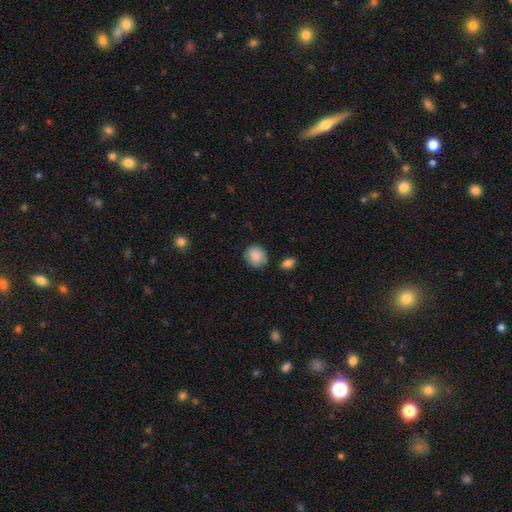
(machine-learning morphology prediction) A smooth galaxy with no disk features (88%) that is round (78%).

Vote fractions:
- Smooth or featured? smooth: 88% / star or artifact: 7% / featured or disk: 4%
- How rounded? round: 78% / in between: 21% / cigar-shaped: 1%
- Merging? none: 78% / minor disturbance: 15% / merger: 3% / major disturbance: 3%